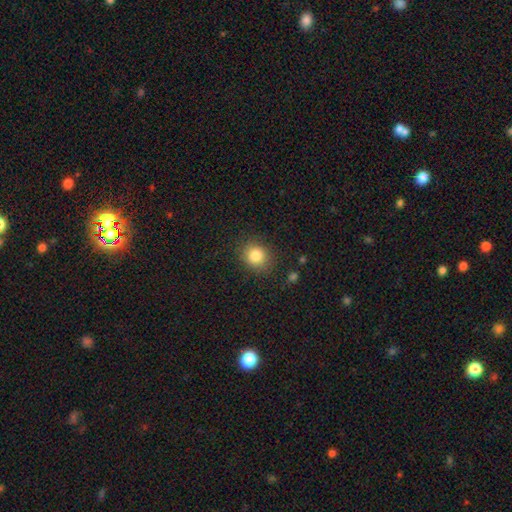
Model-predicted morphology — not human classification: The model was most divided on "how rounded": round: 76%, in between: 23%, cigar-shaped: 1%. More confident: merging — none (86%); smooth or featured — smooth (83%).